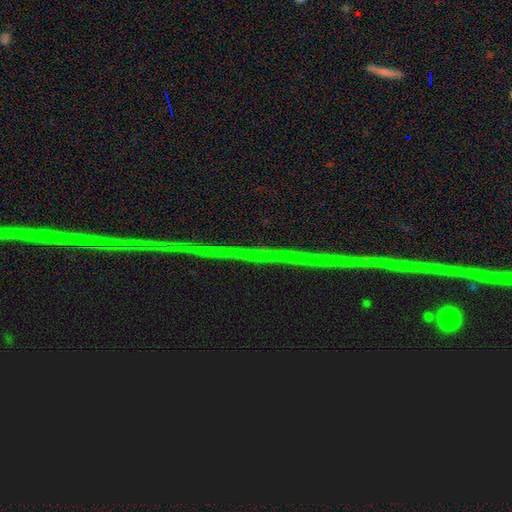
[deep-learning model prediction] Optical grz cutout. It shows a star or artifact, not a galaxy (78%).